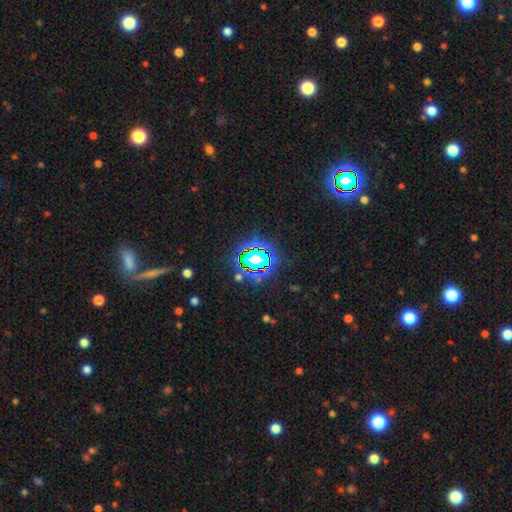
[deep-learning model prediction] A star or artifact, not a galaxy (65%).